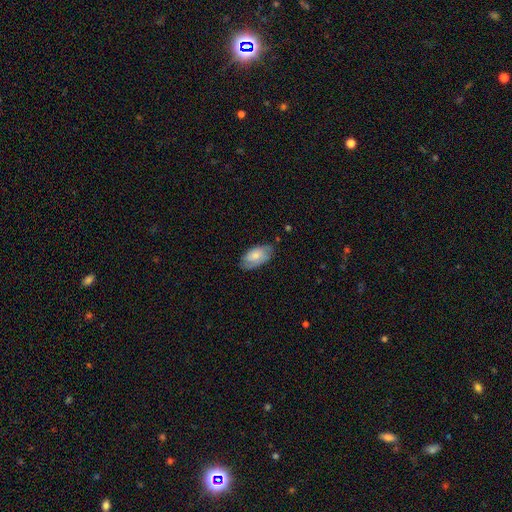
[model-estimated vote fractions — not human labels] A smooth galaxy with no disk features (63%) that is in between round and cigar-shaped (93%).

Vote fractions:
- Smooth or featured? smooth: 63% / featured or disk: 31% / star or artifact: 6%
- How rounded? in between: 93% / round: 3% / cigar-shaped: 3%
- Merging? none: 69% / minor disturbance: 24% / major disturbance: 5% / merger: 1%